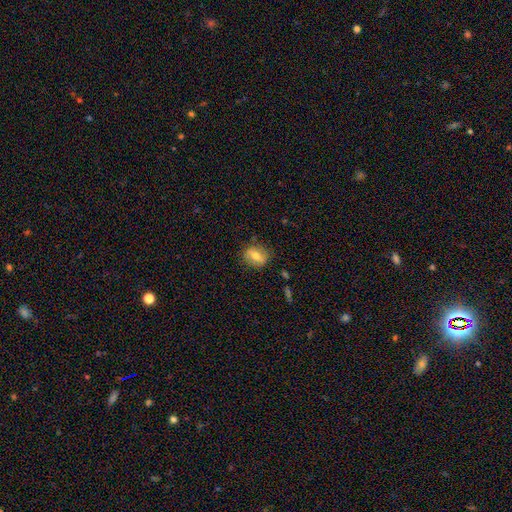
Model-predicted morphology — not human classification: smooth-or-featured: smooth: 60% | featured or disk: 31% | star or artifact: 9%
  how-rounded: in between: 53% | round: 44% | cigar-shaped: 3%
  merging: none: 82% | minor disturbance: 13% | major disturbance: 3% | merger: 1%